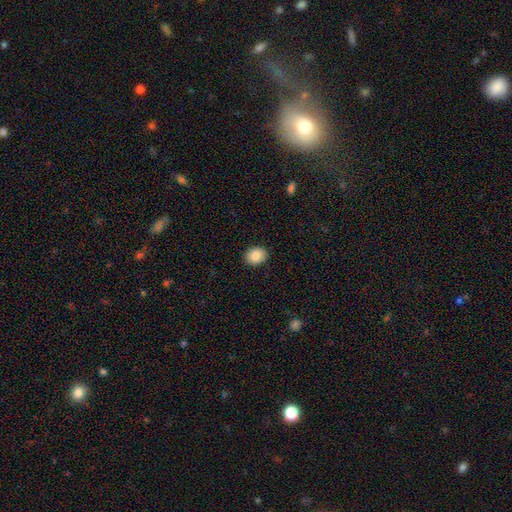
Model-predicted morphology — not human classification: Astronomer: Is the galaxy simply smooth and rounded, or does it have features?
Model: smooth — 87%.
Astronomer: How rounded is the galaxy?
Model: round — 54% (runner-up: in between, 45%).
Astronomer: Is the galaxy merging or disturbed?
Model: none — 91%.